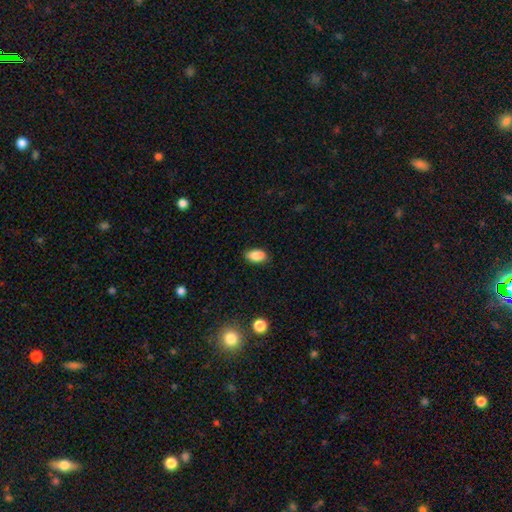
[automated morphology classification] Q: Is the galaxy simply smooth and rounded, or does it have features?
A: smooth — 88%.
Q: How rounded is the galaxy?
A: in between — 92%.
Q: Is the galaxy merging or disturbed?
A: none — 84%.